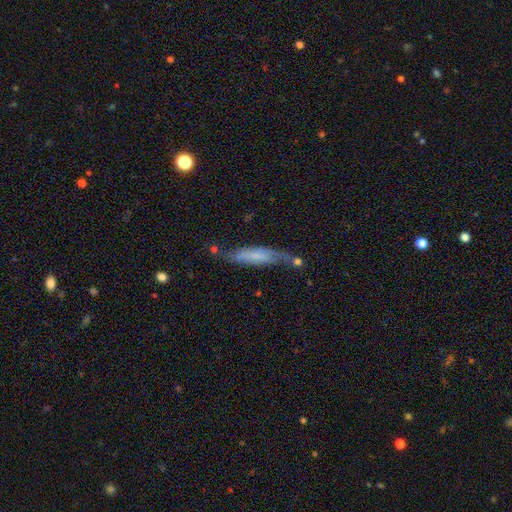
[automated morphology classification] Smooth or featured?
  - featured or disk: 46% * (tied)
  - smooth: 46% * (tied)
  - star or artifact: 8%
Merging?
  - none: 56% *
  - minor disturbance: 26%
  - major disturbance: 10%
  - merger: 8%